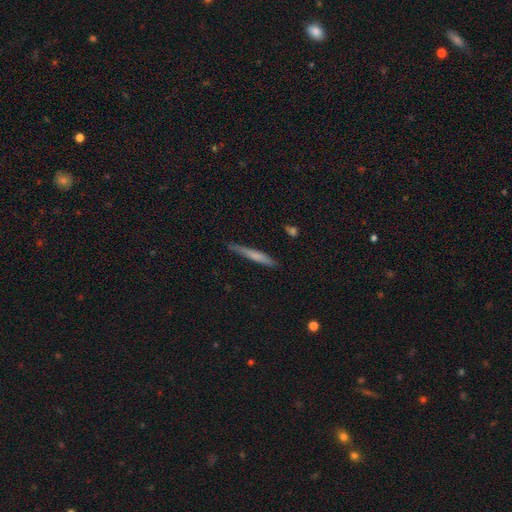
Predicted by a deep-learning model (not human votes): Smooth or featured? smooth (59%)
How rounded? cigar-shaped (95%)
Merging? none (80%)